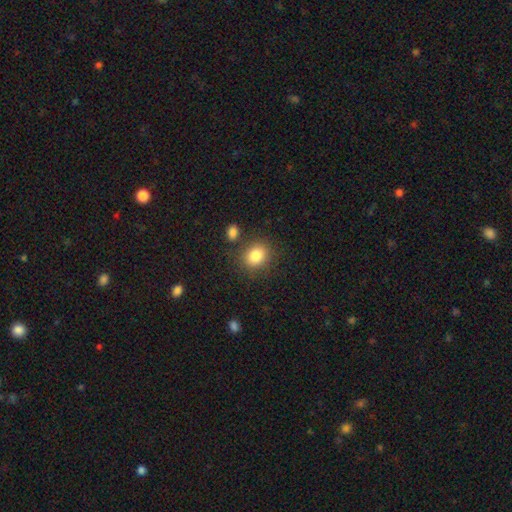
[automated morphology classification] This is clearly a smooth galaxy (84%). How rounded: possibly round (57%). Merging: likely none (79%).